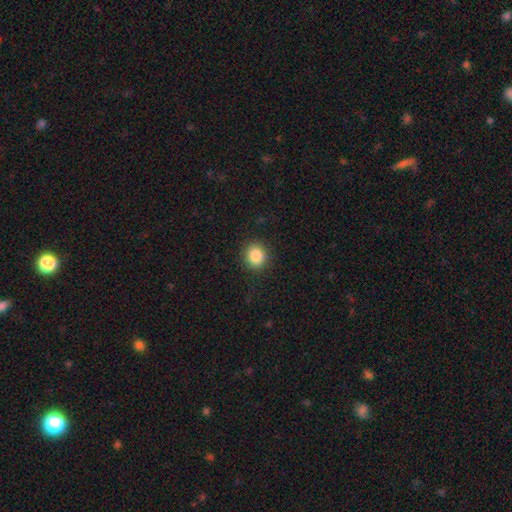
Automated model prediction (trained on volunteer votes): Smooth or featured? smooth (86%)
How rounded? round (81%)
Merging? none (90%)